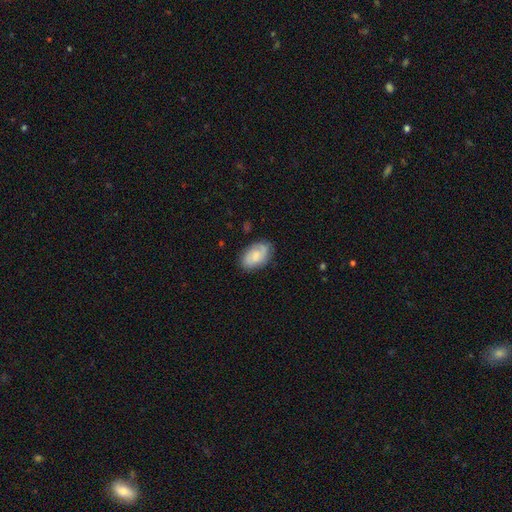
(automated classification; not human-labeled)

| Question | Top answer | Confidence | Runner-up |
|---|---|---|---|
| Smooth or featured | smooth | 57% | featured or disk (35%) |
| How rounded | in between | 92% | round (7%) |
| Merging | none | 75% | minor disturbance (19%) |